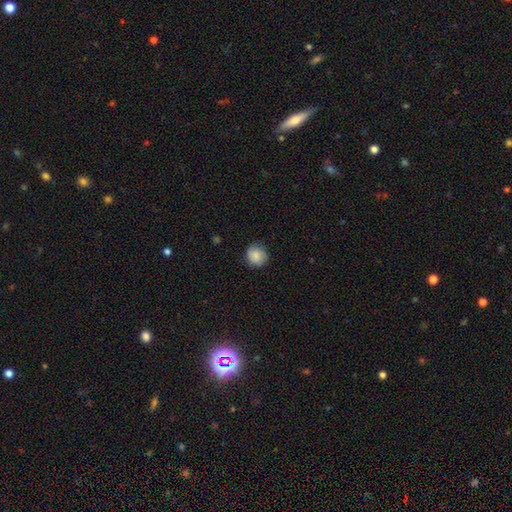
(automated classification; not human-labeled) smooth 83%, featured or disk 9%, star or artifact 8%. Down the decision tree: how rounded — round (85%); merging — none (80%).